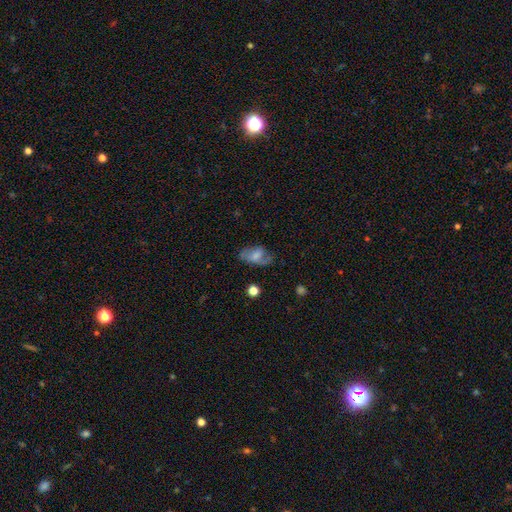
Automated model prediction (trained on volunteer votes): The model was most divided on "smooth or featured": smooth: 55%, featured or disk: 36%, star or artifact: 9%. More confident: how rounded — in between (89%); merging — none (54%).